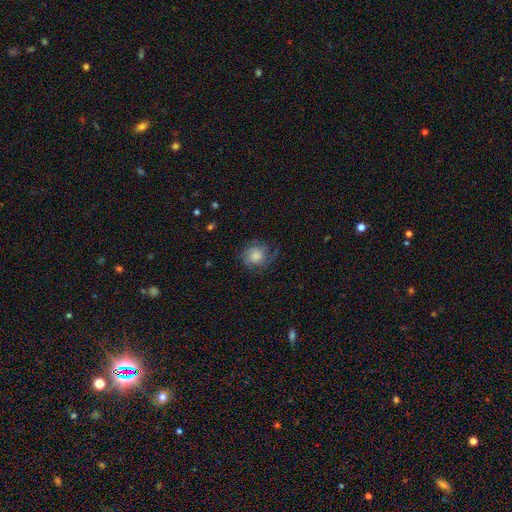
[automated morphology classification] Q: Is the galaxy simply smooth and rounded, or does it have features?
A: smooth — 50%.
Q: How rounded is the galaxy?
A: round — 77%.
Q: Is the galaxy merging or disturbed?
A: none — 63%.